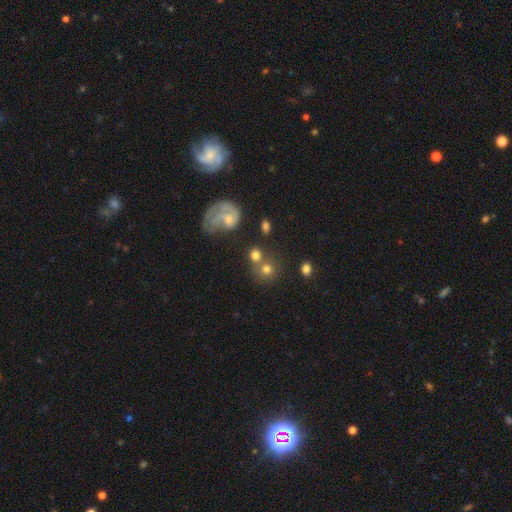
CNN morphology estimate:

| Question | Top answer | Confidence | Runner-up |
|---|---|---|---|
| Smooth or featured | smooth | 66% | featured or disk (21%) |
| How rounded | round | 80% | in between (19%) |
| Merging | none | 49% | merger (28%) |